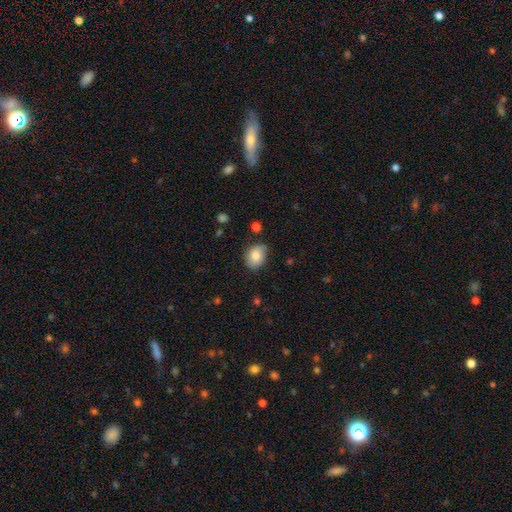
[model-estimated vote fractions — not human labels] Smooth or featured?
  - smooth: 82% *
  - featured or disk: 10%
  - star or artifact: 8%
How rounded?
  - in between: 62% *
  - round: 37%
  - cigar-shaped: 1%
Merging?
  - none: 76% *
  - minor disturbance: 19%
  - major disturbance: 3%
  - merger: 2%